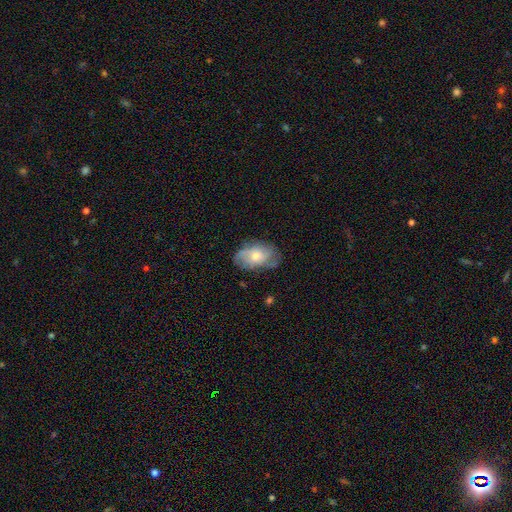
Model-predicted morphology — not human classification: The model was most divided on "smooth or featured": featured or disk: 53%, smooth: 39%, star or artifact: 8%. More confident: edge-on disk — no (93%); merging — none (68%).